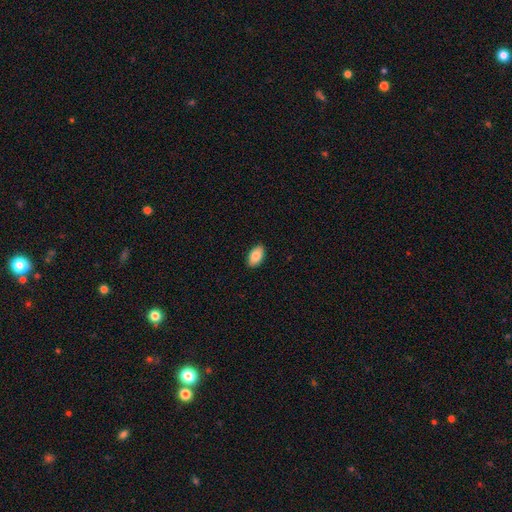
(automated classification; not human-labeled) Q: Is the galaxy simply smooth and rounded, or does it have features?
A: smooth — 85%.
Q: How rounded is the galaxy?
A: in between — 94%.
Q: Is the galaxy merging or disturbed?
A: none — 89%.